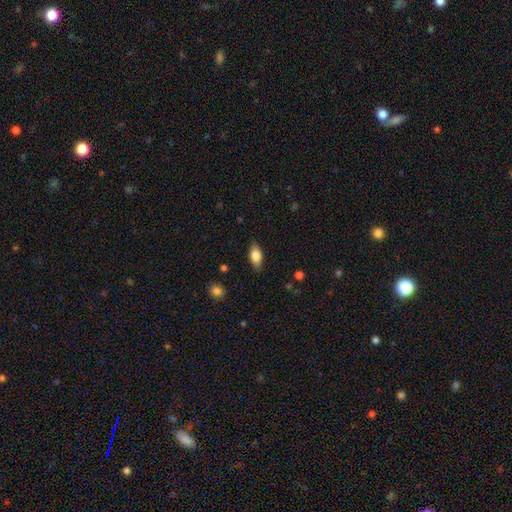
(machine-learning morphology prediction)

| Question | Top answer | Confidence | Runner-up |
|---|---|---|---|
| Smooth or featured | smooth | 77% | featured or disk (16%) |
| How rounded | in between | 86% | cigar-shaped (10%) |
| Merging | none | 86% | minor disturbance (11%) |